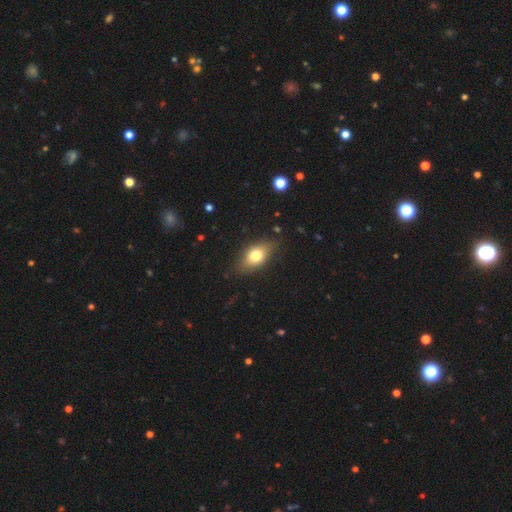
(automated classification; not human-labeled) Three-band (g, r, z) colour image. It shows a smooth galaxy with no disk features (72%) that is in between round and cigar-shaped (81%). Merging: none (78%).